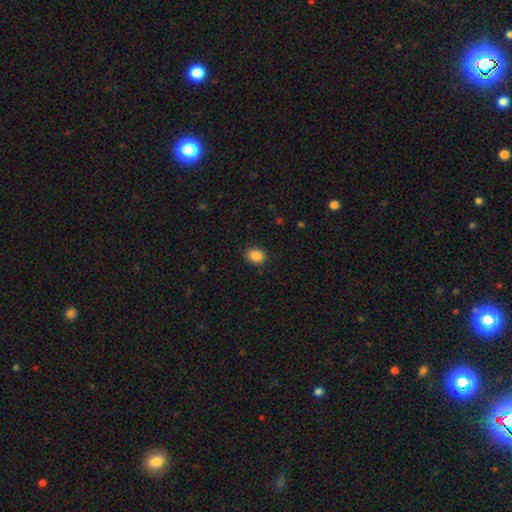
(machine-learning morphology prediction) This is clearly a smooth galaxy (87%). How rounded: possibly round (55%). Merging: clearly none (87%).